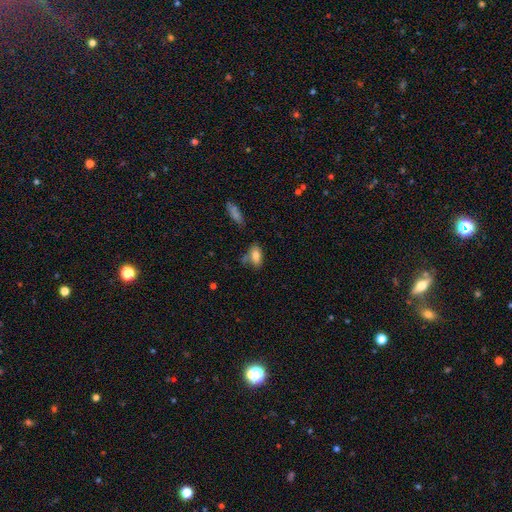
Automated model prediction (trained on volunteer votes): Overall: smooth (79%). How rounded: in between (88%). Merging: none (60%; minor disturbance 23%).